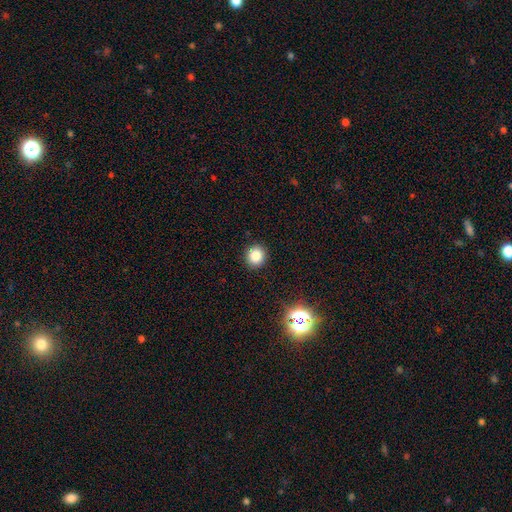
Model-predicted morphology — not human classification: A smooth galaxy with no disk features (83%) that is round (87%). Merging: none (91%).